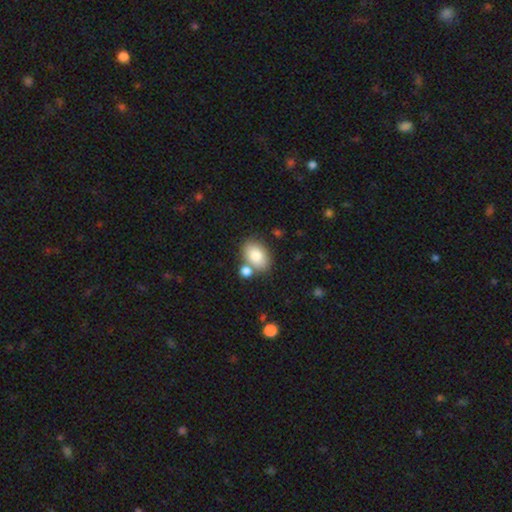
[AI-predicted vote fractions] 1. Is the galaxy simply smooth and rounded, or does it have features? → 83% smooth, 9% featured or disk, 8% star or artifact.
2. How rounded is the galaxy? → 84% in between, 15% round, 1% cigar-shaped.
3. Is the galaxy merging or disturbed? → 63% none, 20% merger, 13% minor disturbance, 4% major disturbance.